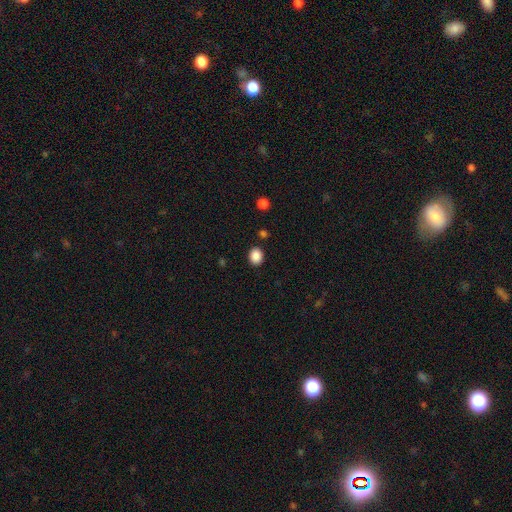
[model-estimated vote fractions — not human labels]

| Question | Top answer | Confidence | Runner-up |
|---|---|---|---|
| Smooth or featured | smooth | 88% | star or artifact (9%) |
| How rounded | round | 54% | in between (45%) |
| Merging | none | 87% | minor disturbance (8%) |